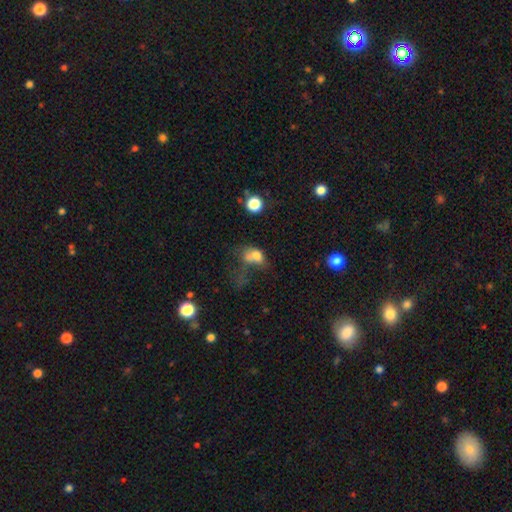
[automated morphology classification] Smooth or featured? Predicted: smooth (p=0.67). How rounded? Predicted: in between (p=0.71). Merging? Predicted: major disturbance (p=0.35).